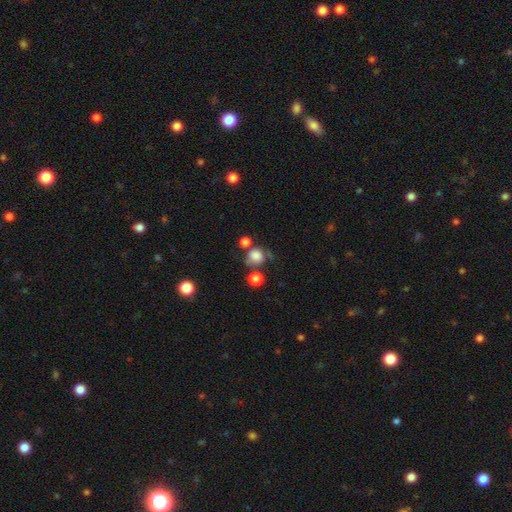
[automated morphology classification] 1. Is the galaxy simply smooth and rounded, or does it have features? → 79% smooth, 12% star or artifact, 9% featured or disk.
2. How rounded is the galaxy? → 82% round, 17% in between, 1% cigar-shaped.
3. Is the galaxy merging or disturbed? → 54% none, 18% minor disturbance, 18% merger, 11% major disturbance.